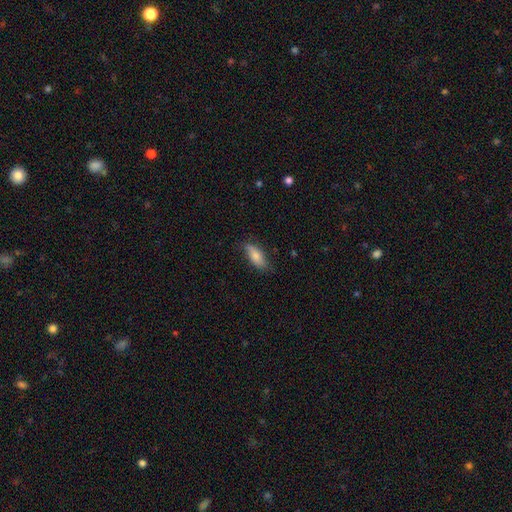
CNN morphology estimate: smooth 75%, featured or disk 19%, star or artifact 6%. Down the decision tree: how rounded — in between (75%); merging — none (72%).